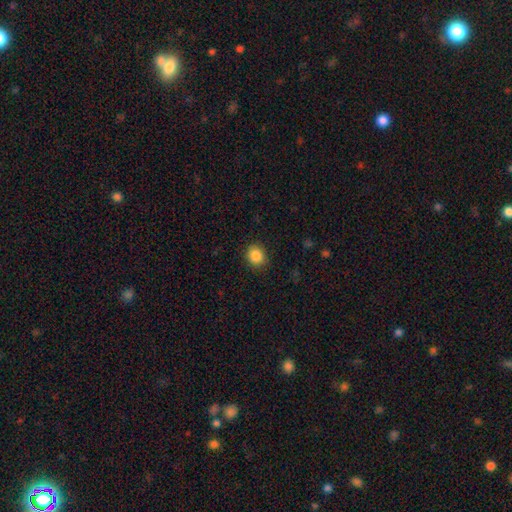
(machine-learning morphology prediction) A smooth galaxy with no disk features (87%) that is round (79%).

Vote fractions:
- Smooth or featured? smooth: 87% / star or artifact: 10% / featured or disk: 4%
- How rounded? round: 79% / in between: 20% / cigar-shaped: 1%
- Merging? none: 89% / minor disturbance: 8% / major disturbance: 2% / merger: 1%